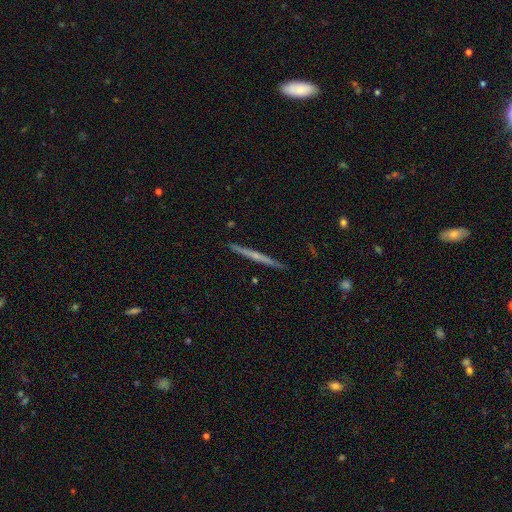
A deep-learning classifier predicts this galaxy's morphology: This is likely a featured or disk galaxy (61%). It is clearly viewed edge-on (98%). Edge-on bulge: likely none (61%). Merging: clearly none (92%).